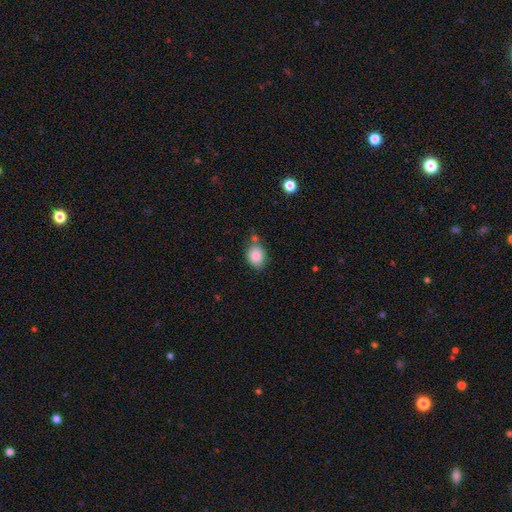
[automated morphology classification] This is clearly a smooth galaxy (85%). How rounded: possibly in between (57%). Merging: likely none (68%).